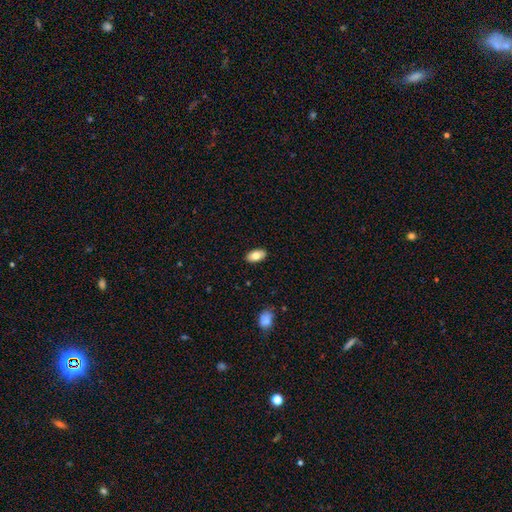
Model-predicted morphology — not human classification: smooth 79%, featured or disk 14%, star or artifact 7%. Down the decision tree: how rounded — in between (93%); merging — none (89%).